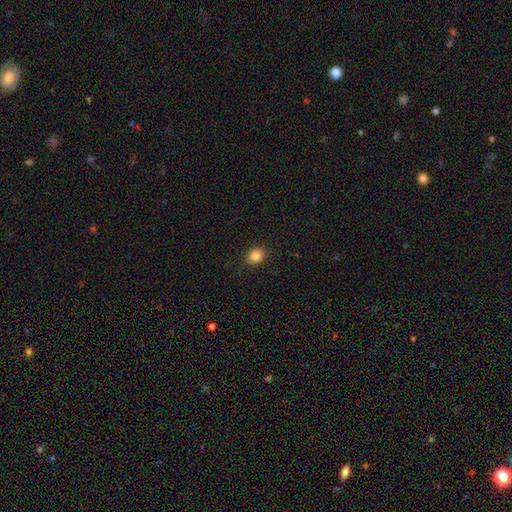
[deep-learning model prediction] A smooth galaxy with no disk features (85%) that is round (72%). Merging: none (89%).